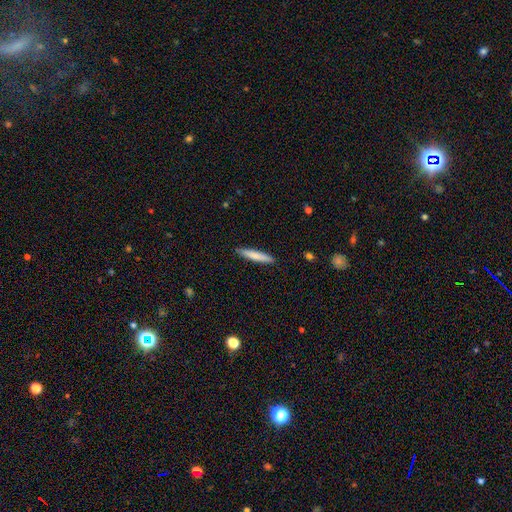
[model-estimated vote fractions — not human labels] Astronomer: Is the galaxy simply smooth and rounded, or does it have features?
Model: smooth — 79%.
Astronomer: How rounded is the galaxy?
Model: cigar-shaped — 92%.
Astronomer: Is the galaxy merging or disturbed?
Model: none — 89%.